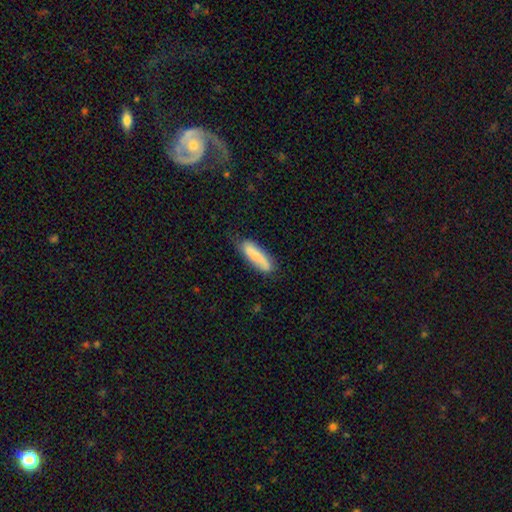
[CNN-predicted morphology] This is likely a smooth galaxy (68%). How rounded: possibly cigar-shaped (57%). Merging: likely none (63%).